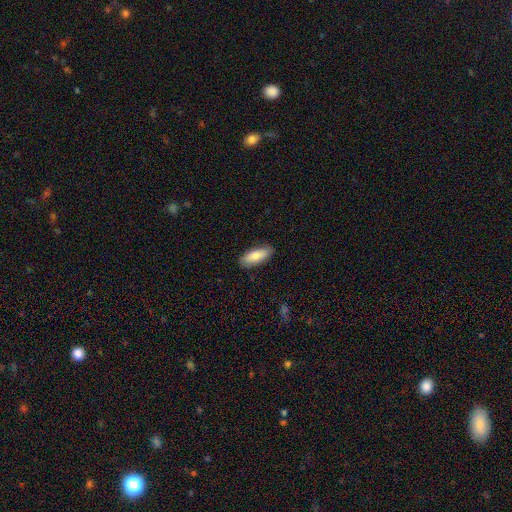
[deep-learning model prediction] smooth_or_featured: smooth (p=0.83) [alt: featured or disk p=0.11]
how_rounded: in between (p=0.74) [alt: cigar-shaped p=0.24]
merging: none (p=0.87) [alt: minor disturbance p=0.10]